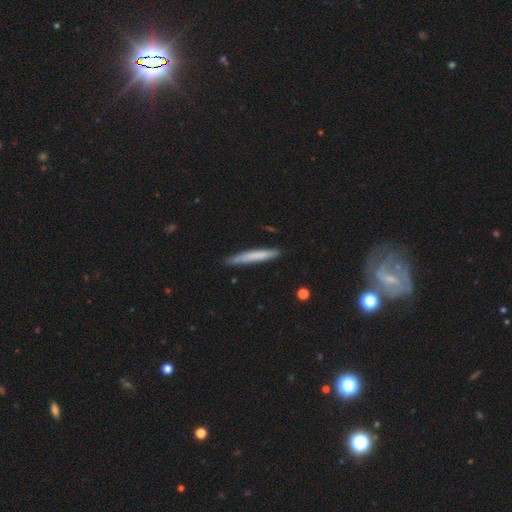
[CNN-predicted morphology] This is likely a smooth galaxy (70%). How rounded: clearly cigar-shaped (96%). Merging: clearly none (85%).